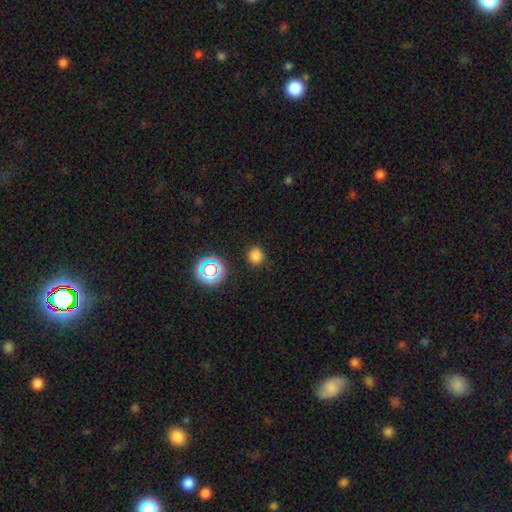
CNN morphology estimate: Q: Smooth or featured?
A: smooth (76%); runner-up: star or artifact (19%)
Q: How rounded?
A: round (85%); runner-up: in between (14%)
Q: Merging?
A: none (87%); runner-up: minor disturbance (9%)